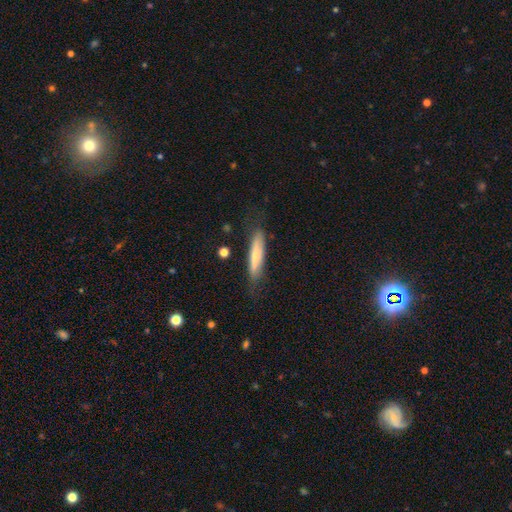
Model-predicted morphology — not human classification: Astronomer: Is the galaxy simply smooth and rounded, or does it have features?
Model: smooth — 66%.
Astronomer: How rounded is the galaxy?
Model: cigar-shaped — 83%.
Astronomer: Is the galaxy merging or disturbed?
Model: none — 76%.